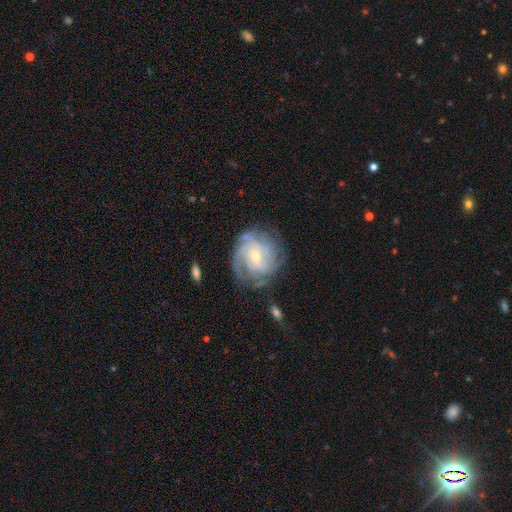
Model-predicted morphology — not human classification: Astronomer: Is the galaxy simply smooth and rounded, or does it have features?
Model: featured or disk — 80%.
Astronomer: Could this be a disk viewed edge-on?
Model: no — 97%.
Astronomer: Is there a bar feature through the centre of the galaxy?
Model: no — 59% (runner-up: weak, 34%).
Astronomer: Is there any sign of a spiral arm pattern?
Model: yes — 93%.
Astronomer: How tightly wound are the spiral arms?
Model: tight — 59%.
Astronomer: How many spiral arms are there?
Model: can't tell — 38% (runner-up: 4, 20%).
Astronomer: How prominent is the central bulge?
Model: small — 69%.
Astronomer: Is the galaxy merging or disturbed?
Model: none — 68%.